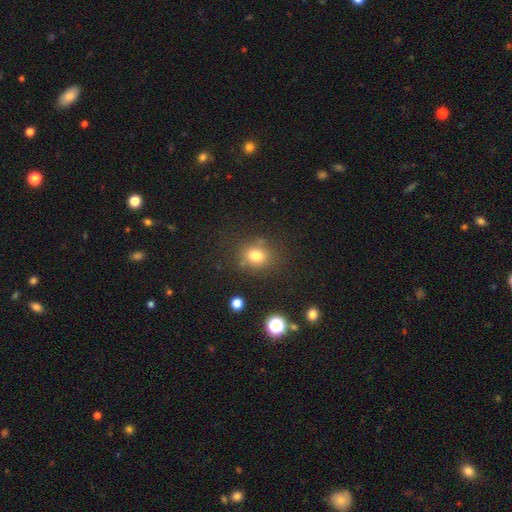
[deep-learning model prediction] smooth-or-featured: smooth: 77% | star or artifact: 14% | featured or disk: 8%
  how-rounded: round: 65% | in between: 34% | cigar-shaped: 1%
  merging: none: 76% | minor disturbance: 13% | merger: 5% | major disturbance: 5%